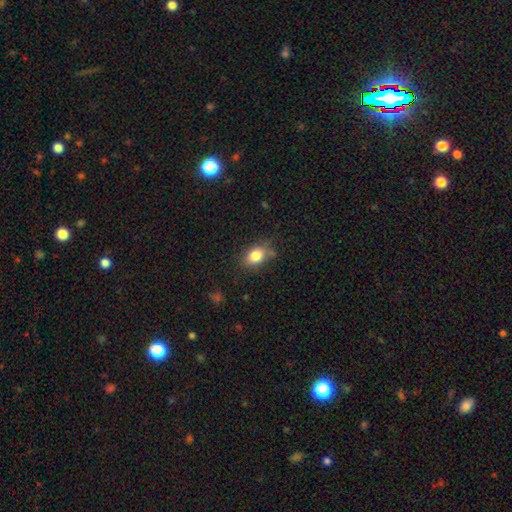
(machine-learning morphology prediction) smooth_or_featured: smooth (p=0.82) [alt: star or artifact p=0.10]
how_rounded: in between (p=0.73) [alt: round p=0.25]
merging: none (p=0.75) [alt: minor disturbance p=0.17]